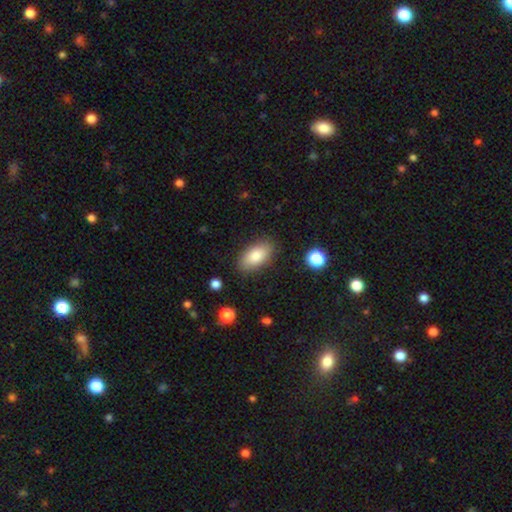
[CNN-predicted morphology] A smooth galaxy with no disk features (83%) that is in between round and cigar-shaped (92%).

Vote fractions:
- Smooth or featured? smooth: 83% / featured or disk: 10% / star or artifact: 7%
- How rounded? in between: 92% / cigar-shaped: 4% / round: 4%
- Merging? none: 84% / minor disturbance: 11% / major disturbance: 3% / merger: 2%